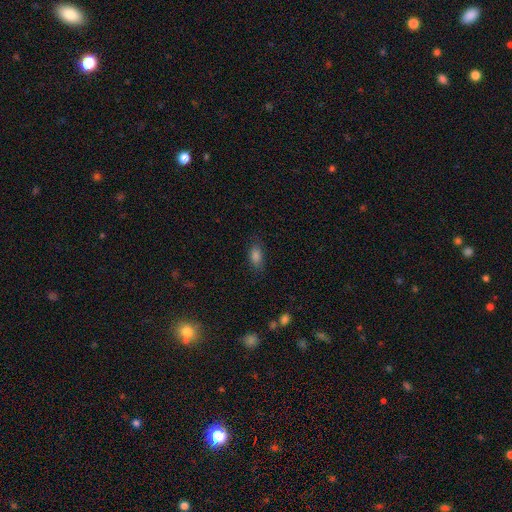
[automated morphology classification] Overall: smooth (81%). How rounded: in between (86%). Merging: none (80%).